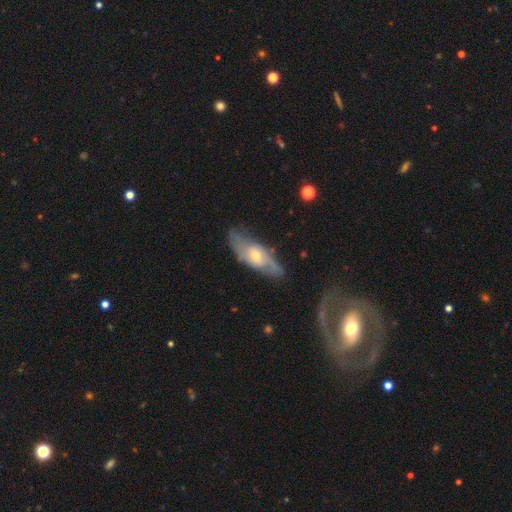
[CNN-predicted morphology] smooth_or_featured: featured or disk (p=0.71) [alt: smooth p=0.23]
disk_edge_on: no (p=0.82) [alt: yes p=0.18]
bar: no (p=0.70) [alt: weak p=0.25]
has_spiral_arms: yes (p=0.83) [alt: no p=0.17]
bulge_size: moderate (p=0.48) [alt: small p=0.47]
merging: none (p=0.67) [alt: minor disturbance p=0.21]